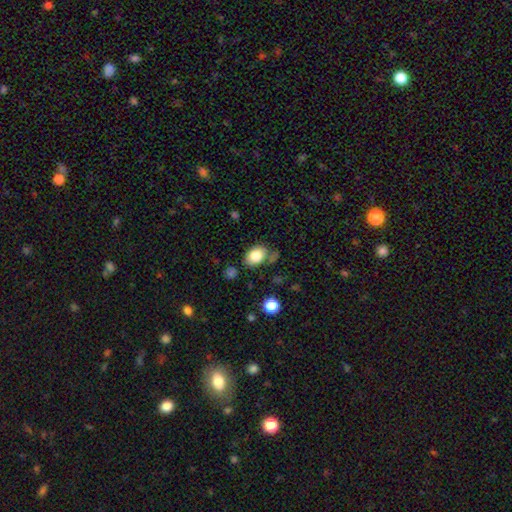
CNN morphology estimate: This is clearly a smooth galaxy (81%). How rounded: likely in between (76%). Merging: likely none (66%).